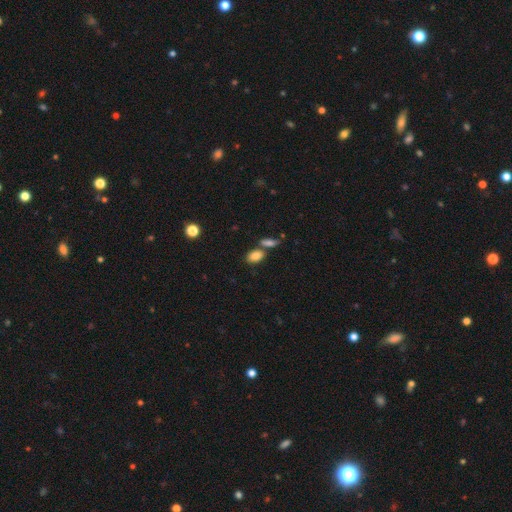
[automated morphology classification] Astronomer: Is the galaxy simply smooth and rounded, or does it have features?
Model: smooth — 83%.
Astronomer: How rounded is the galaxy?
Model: in between — 87%.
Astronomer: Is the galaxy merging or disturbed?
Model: none — 55%.